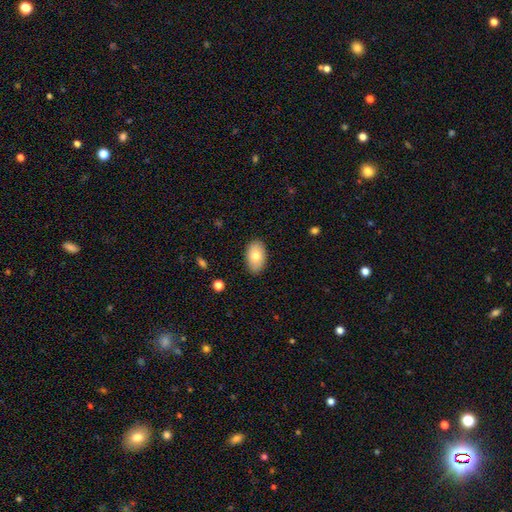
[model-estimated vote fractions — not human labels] Morphology: type=smooth (79%); roundness=in between (93%); merging=none (87%).